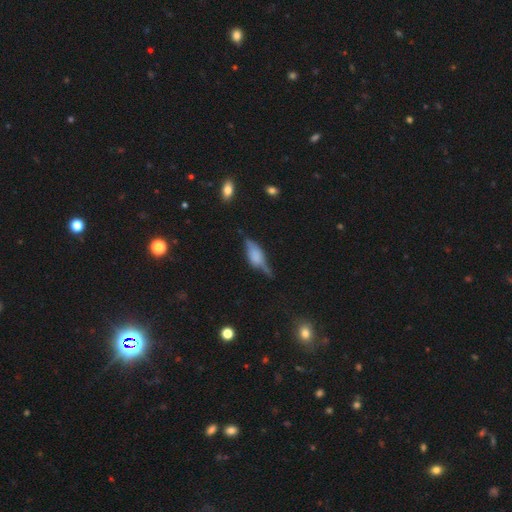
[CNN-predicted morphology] Smooth or featured? featured or disk (54%)
Edge-on disk? yes (89%)
Merging? none (52%)